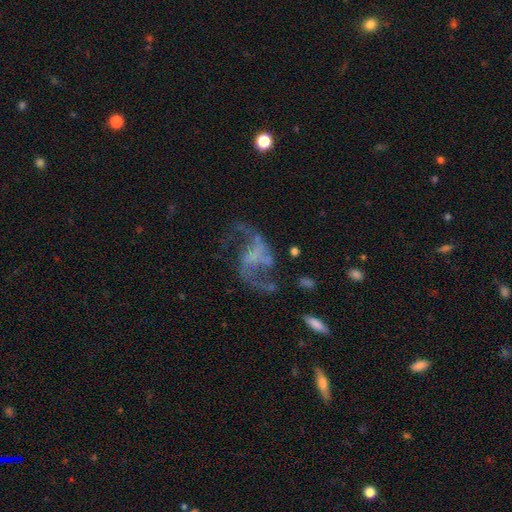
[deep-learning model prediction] Q: Smooth or featured?
A: featured or disk (83%); runner-up: star or artifact (10%)
Q: Edge-on disk?
A: no (98%); runner-up: yes (2%)
Q: Bar?
A: no (40%); runner-up: weak (39%)
Q: Spiral arms?
A: yes (89%); runner-up: no (11%)
Q: Spiral winding?
A: loose (74%); runner-up: medium (22%)
Q: Spiral arm count?
A: 2 (89%); runner-up: can't tell (3%)
Q: Bulge size?
A: none (69%); runner-up: small (17%)
Q: Merging?
A: none (55%); runner-up: major disturbance (24%)